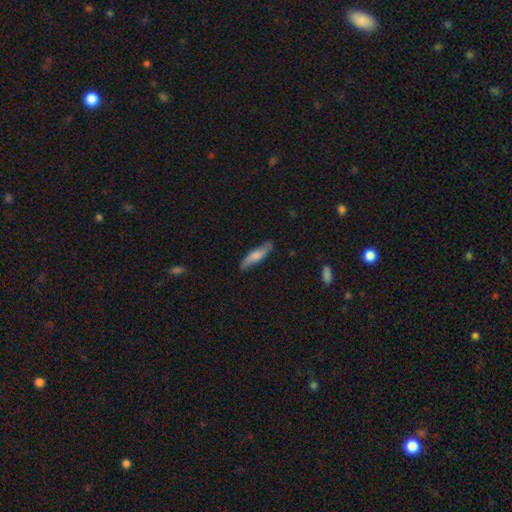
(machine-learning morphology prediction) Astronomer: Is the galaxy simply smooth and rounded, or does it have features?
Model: smooth — 60%.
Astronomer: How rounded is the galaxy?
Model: cigar-shaped — 77%.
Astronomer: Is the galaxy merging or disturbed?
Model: none — 82%.